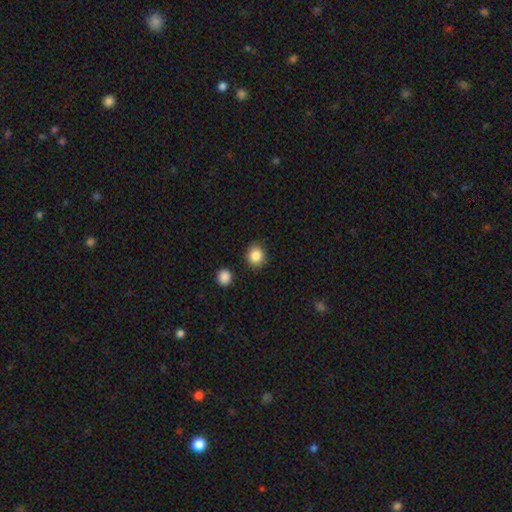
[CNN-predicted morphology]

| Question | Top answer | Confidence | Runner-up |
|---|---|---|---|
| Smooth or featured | smooth | 87% | star or artifact (9%) |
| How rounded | round | 79% | in between (20%) |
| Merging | none | 85% | minor disturbance (9%) |